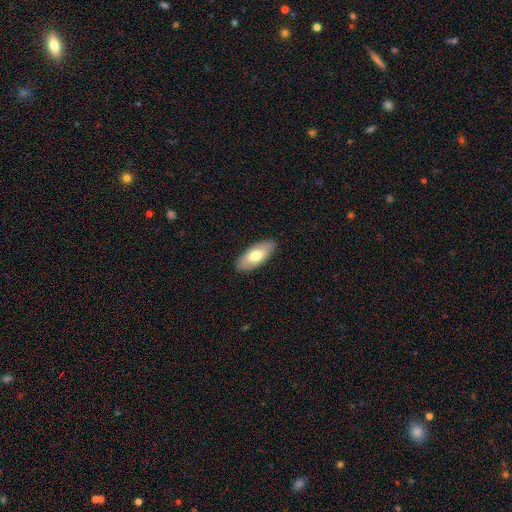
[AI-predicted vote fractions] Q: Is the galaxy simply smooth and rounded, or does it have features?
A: smooth — 67%.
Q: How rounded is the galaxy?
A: in between — 87%.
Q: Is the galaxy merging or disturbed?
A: none — 88%.